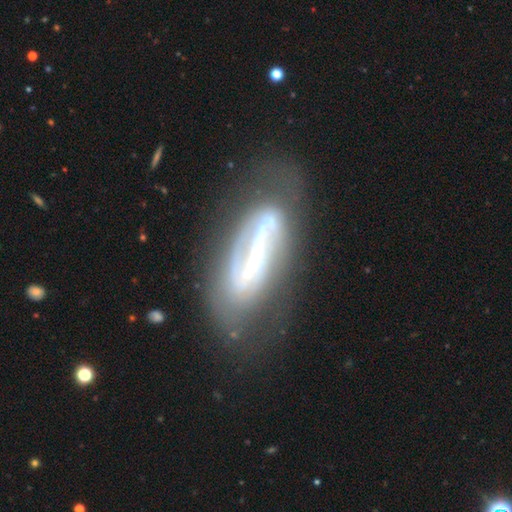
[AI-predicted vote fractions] Morphology: type=featured or disk (81%); edge-on=no (77%); bar=strong (72%); spiral arms=yes (69%); bulge=small (51%); merging=none (62%).